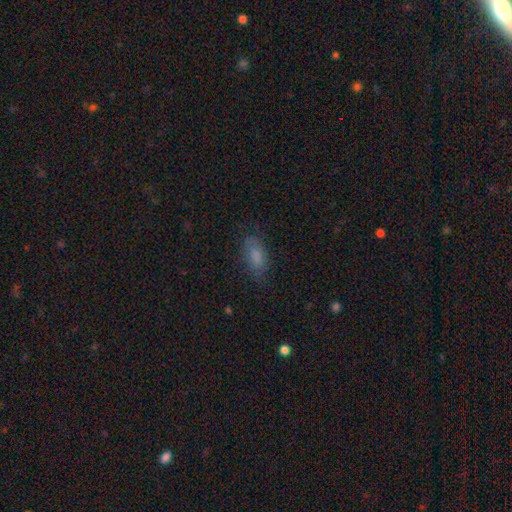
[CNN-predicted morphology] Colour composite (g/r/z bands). It shows a smooth galaxy with no disk features (75%) that is in between round and cigar-shaped (88%). Merging: none (75%).